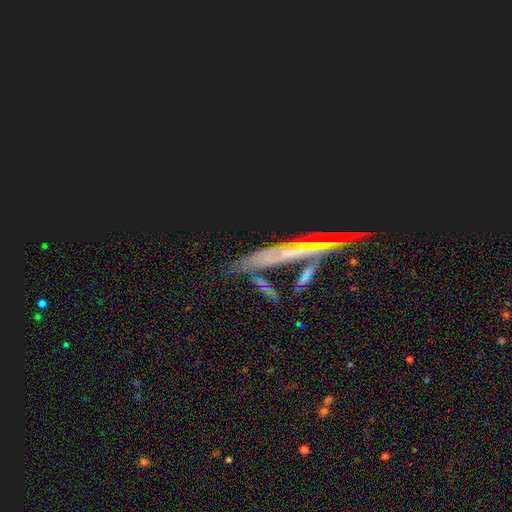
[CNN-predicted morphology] Q: Smooth or featured?
A: featured or disk (42%); runner-up: star or artifact (35%)
Q: Merging?
A: none (58%); runner-up: minor disturbance (18%)